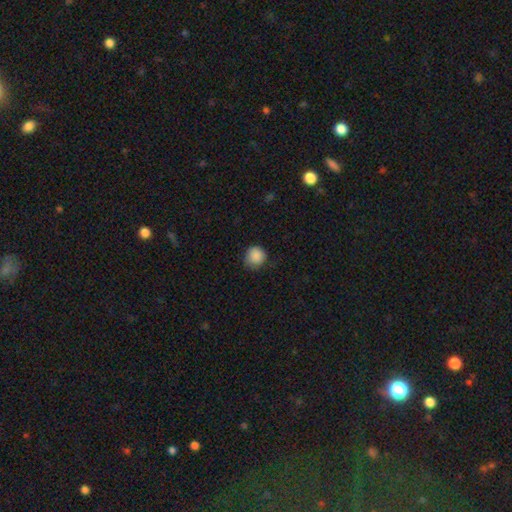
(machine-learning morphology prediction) Smooth or featured?
  - smooth: 88% *
  - star or artifact: 9%
  - featured or disk: 3%
How rounded?
  - round: 91% *
  - in between: 8%
  - cigar-shaped: 1%
Merging?
  - none: 78% *
  - minor disturbance: 17%
  - major disturbance: 3%
  - merger: 1%